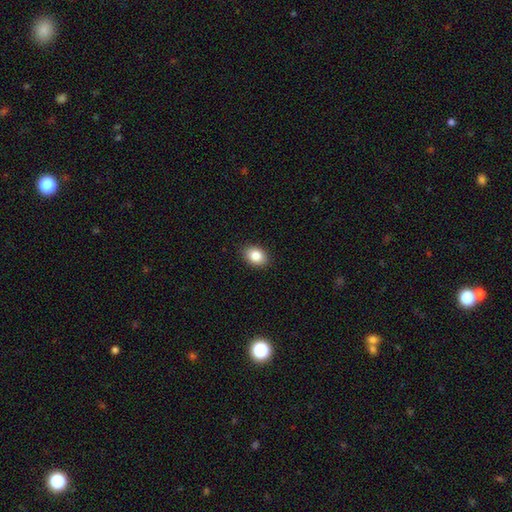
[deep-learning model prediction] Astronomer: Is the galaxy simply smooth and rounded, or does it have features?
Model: smooth — 85%.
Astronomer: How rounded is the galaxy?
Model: in between — 75%.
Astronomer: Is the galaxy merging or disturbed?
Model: none — 90%.